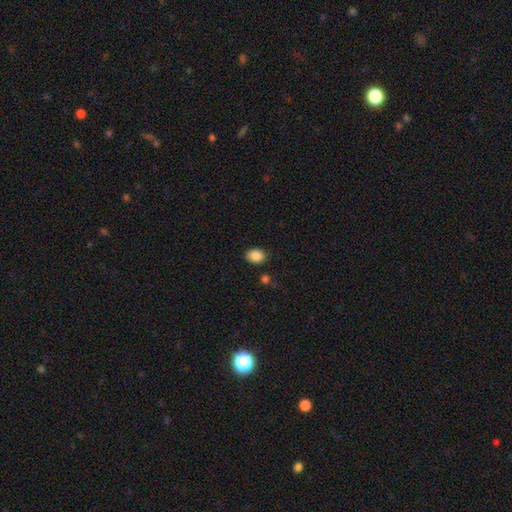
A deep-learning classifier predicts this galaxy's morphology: Q: Smooth or featured?
A: smooth (88%); runner-up: star or artifact (8%)
Q: How rounded?
A: in between (68%); runner-up: round (31%)
Q: Merging?
A: none (85%); runner-up: minor disturbance (10%)